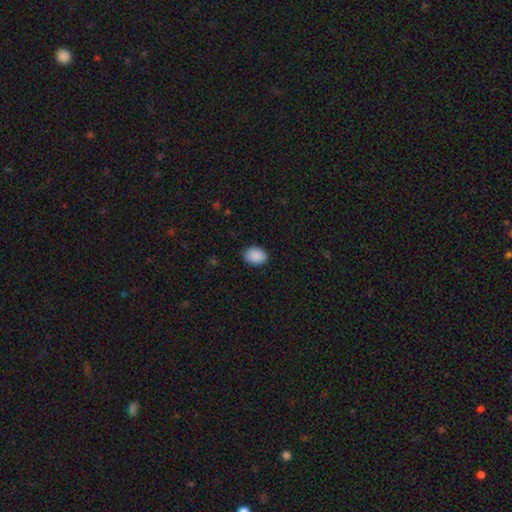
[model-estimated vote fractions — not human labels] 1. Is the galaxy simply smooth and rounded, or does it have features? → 91% smooth, 7% star or artifact, 2% featured or disk.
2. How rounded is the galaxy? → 75% in between, 24% round, 1% cigar-shaped.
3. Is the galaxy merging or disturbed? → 88% none, 9% minor disturbance, 2% major disturbance, 1% merger.